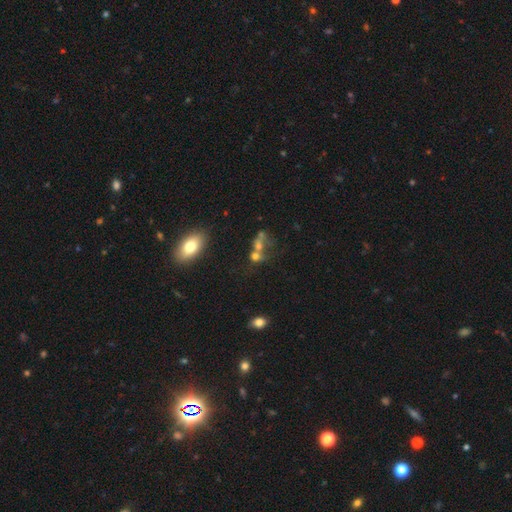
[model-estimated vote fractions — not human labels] This is possibly a smooth galaxy (58%). How rounded: possibly round (55%). Merging: possibly merger (49%).